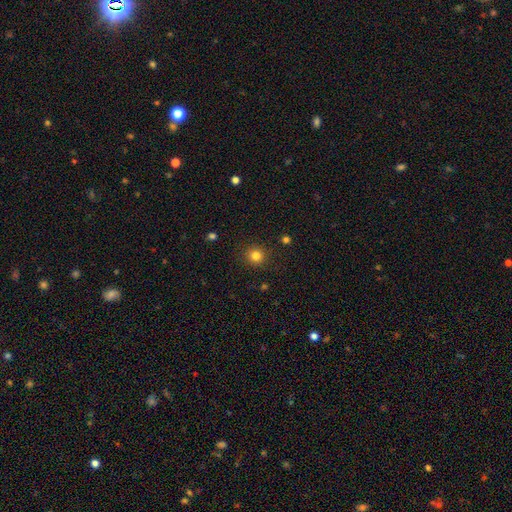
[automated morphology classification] smooth-or-featured: smooth: 82% | star or artifact: 13% | featured or disk: 5%
  how-rounded: round: 93% | in between: 6% | cigar-shaped: 1%
  merging: none: 91% | minor disturbance: 6% | major disturbance: 2% | merger: 1%